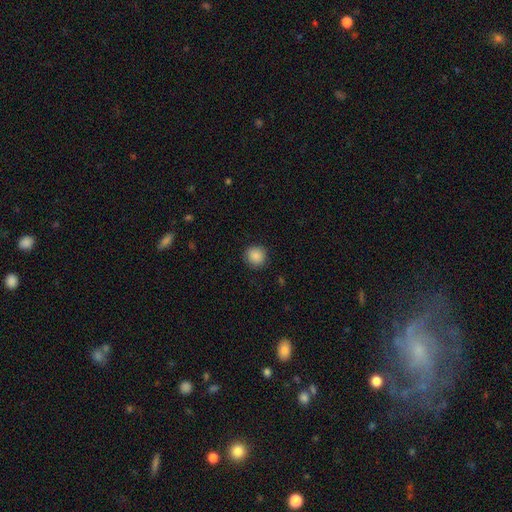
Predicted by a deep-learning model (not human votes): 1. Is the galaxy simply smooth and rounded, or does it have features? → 88% smooth, 9% star or artifact, 3% featured or disk.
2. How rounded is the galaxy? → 93% round, 6% in between, 1% cigar-shaped.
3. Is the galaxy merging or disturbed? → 90% none, 7% minor disturbance, 2% major disturbance, 1% merger.